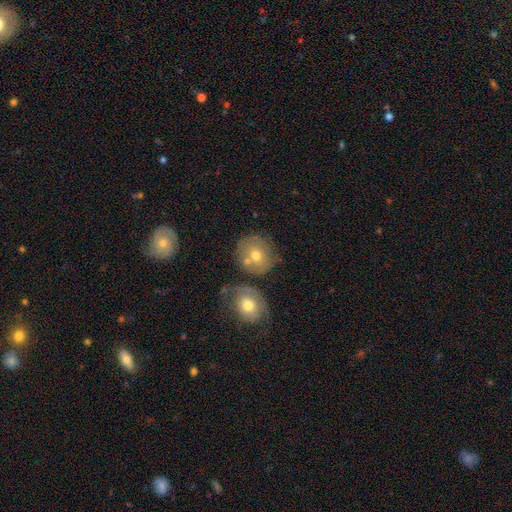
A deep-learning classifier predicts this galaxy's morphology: A smooth galaxy with no disk features (63%) that is round (81%). Merging: none (51%).